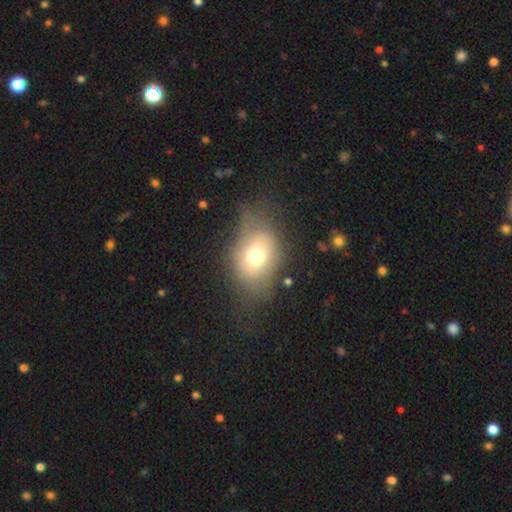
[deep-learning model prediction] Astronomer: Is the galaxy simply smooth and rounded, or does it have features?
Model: smooth — 67%.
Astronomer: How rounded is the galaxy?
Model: in between — 67%.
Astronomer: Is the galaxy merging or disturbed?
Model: none — 49% (runner-up: minor disturbance, 27%).